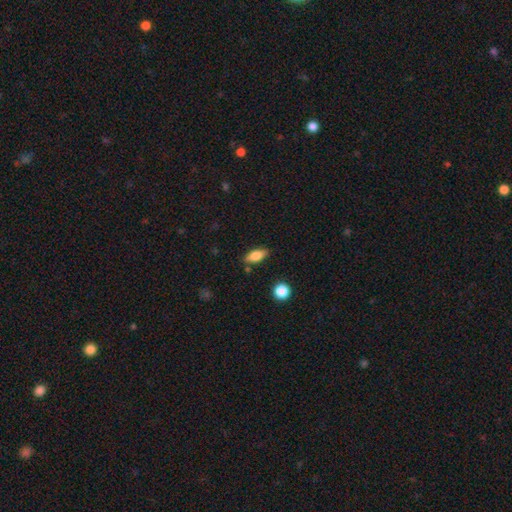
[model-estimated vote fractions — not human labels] smooth-or-featured: smooth: 75% | featured or disk: 17% | star or artifact: 8%
  how-rounded: in between: 80% | cigar-shaped: 16% | round: 4%
  merging: none: 83% | minor disturbance: 12% | merger: 3% | major disturbance: 3%